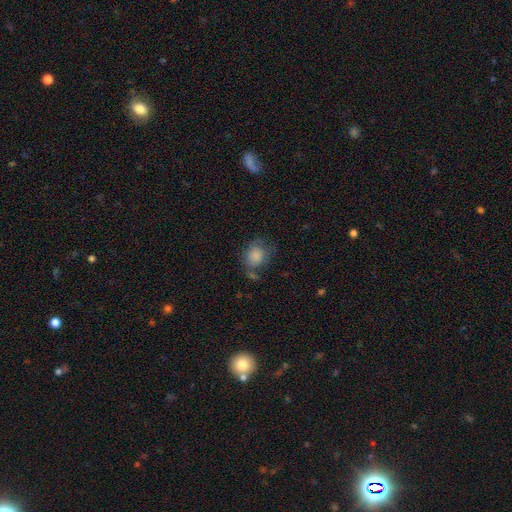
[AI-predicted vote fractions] smooth_or_featured: smooth (p=0.81) [alt: featured or disk p=0.10]
how_rounded: round (p=0.59) [alt: in between p=0.40]
merging: none (p=0.50) [alt: minor disturbance p=0.26]